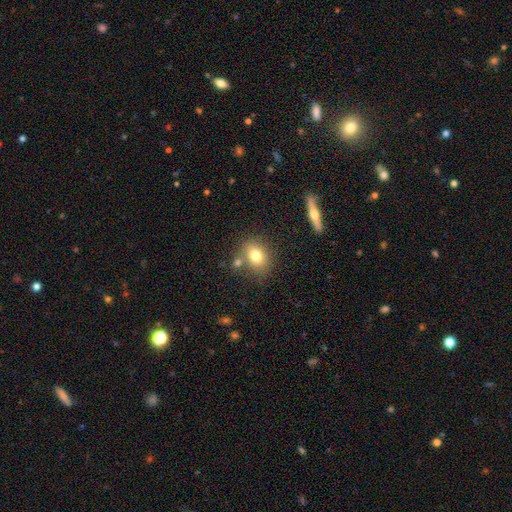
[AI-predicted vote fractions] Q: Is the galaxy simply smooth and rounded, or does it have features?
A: smooth — 77%.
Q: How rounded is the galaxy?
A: in between — 61%.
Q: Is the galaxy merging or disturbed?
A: none — 68%.